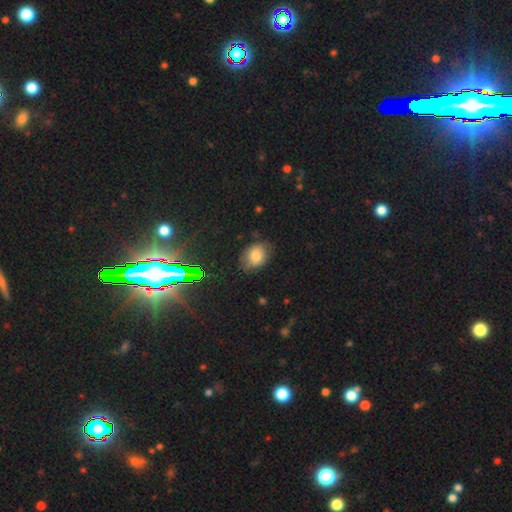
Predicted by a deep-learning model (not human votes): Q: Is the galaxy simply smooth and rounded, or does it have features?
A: smooth — 75%.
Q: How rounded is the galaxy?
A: in between — 65%.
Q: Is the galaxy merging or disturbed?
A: none — 72%.